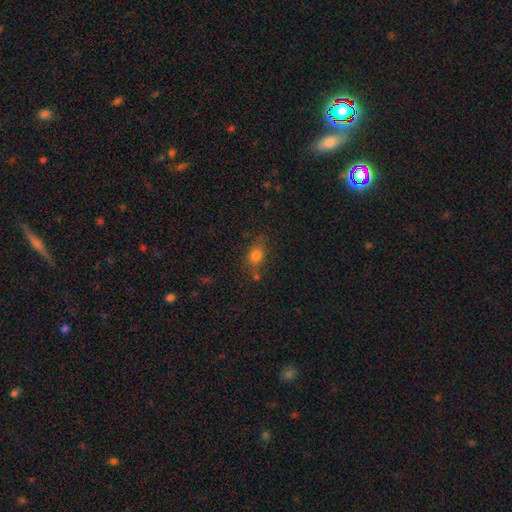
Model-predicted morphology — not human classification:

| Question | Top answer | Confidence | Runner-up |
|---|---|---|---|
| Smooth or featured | smooth | 75% | star or artifact (14%) |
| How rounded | in between | 58% | round (38%) |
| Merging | none | 68% | minor disturbance (19%) |